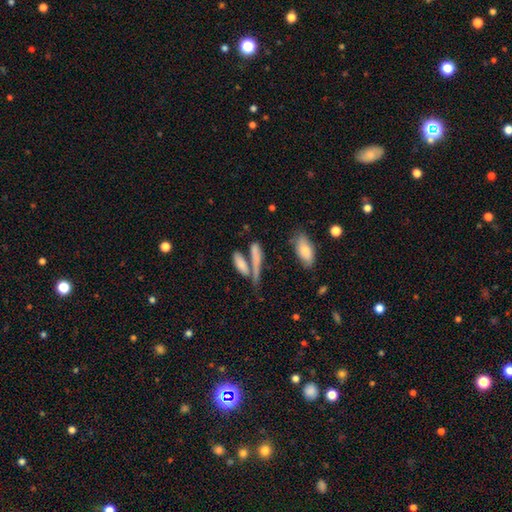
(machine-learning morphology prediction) A smooth galaxy with no disk features (74%) that is cigar-shaped (60%). Merging: none (40%, tied with merger).